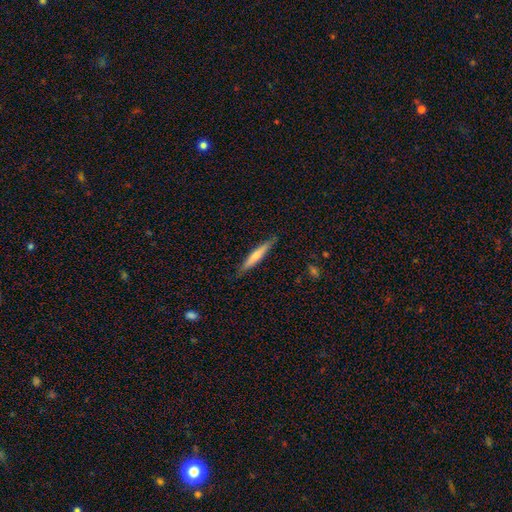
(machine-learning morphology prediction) Smooth or featured?
  - smooth: 56% *
  - featured or disk: 39%
  - star or artifact: 6%
How rounded?
  - cigar-shaped: 93% *
  - in between: 6%
  - round: 1%
Merging?
  - none: 86% *
  - minor disturbance: 11%
  - major disturbance: 2%
  - merger: 1%